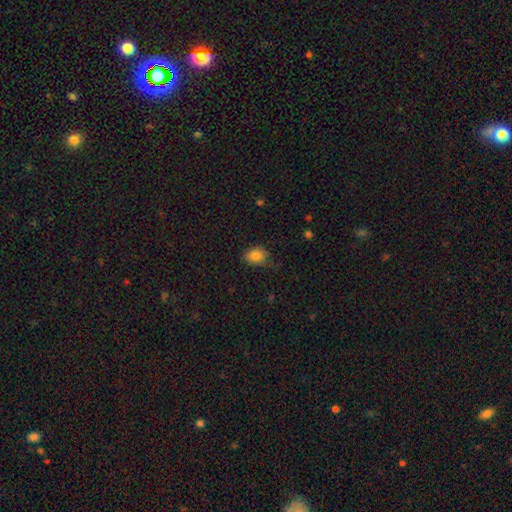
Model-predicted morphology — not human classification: Overall: smooth (85%). How rounded: in between (68%; round 31%). Merging: none (69%).